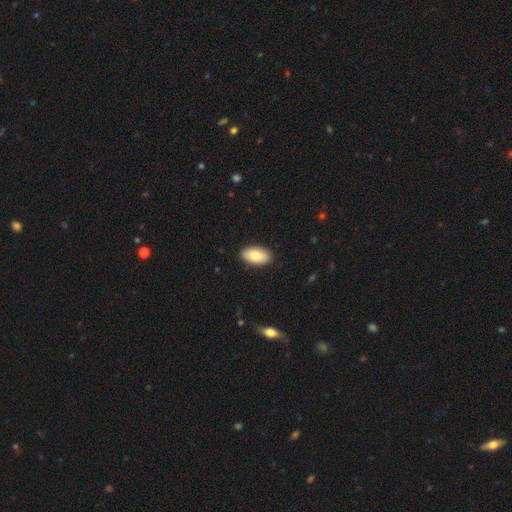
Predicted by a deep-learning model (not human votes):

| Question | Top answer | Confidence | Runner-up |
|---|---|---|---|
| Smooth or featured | smooth | 80% | featured or disk (14%) |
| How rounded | in between | 94% | round (3%) |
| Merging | none | 89% | minor disturbance (8%) |